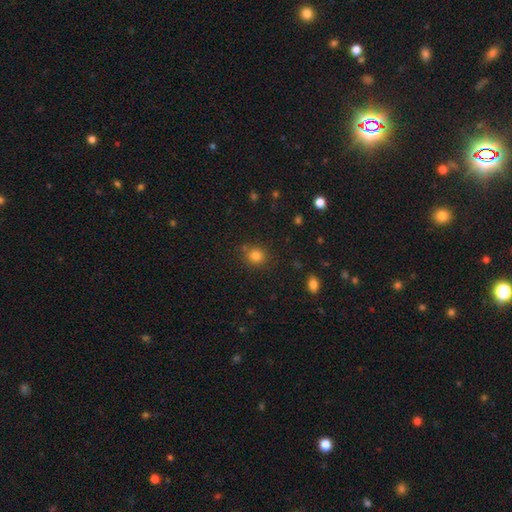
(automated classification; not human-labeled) Smooth or featured?
  - smooth: 81% *
  - star or artifact: 13%
  - featured or disk: 6%
How rounded?
  - round: 82% *
  - in between: 17%
  - cigar-shaped: 1%
Merging?
  - none: 80% *
  - minor disturbance: 12%
  - merger: 4%
  - major disturbance: 3%